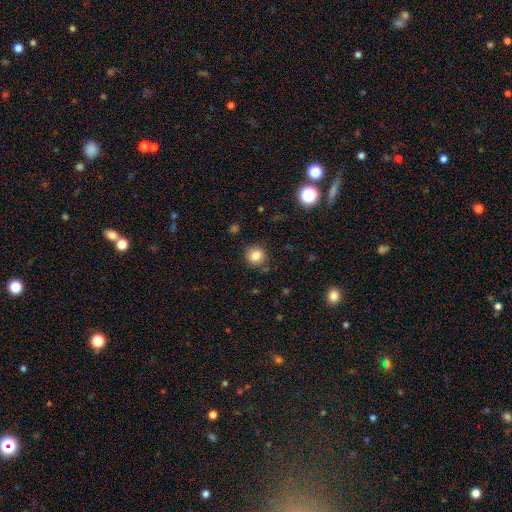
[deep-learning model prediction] smooth_or_featured: smooth (p=0.83) [alt: star or artifact p=0.11]
how_rounded: round (p=0.90) [alt: in between p=0.09]
merging: none (p=0.88) [alt: minor disturbance p=0.08]